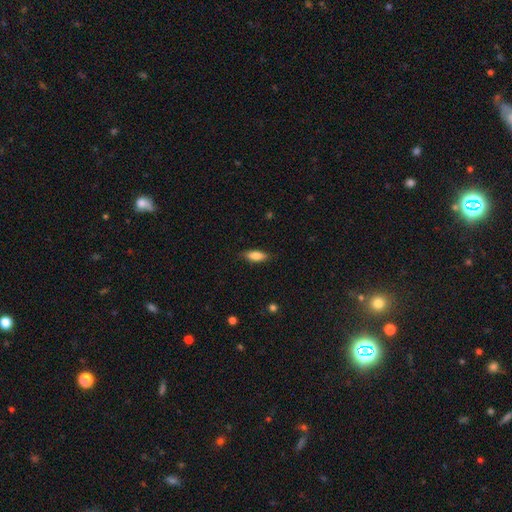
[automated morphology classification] The model was most divided on "how rounded": in between: 72%, cigar-shaped: 25%, round: 2%. More confident: merging — none (84%); smooth or featured — smooth (82%).